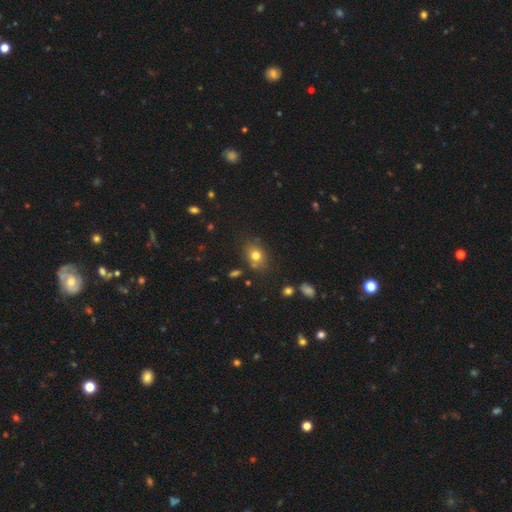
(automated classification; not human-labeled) smooth-or-featured: smooth: 77% | star or artifact: 12% | featured or disk: 10%
  how-rounded: in between: 57% | round: 41% | cigar-shaped: 1%
  merging: none: 76% | minor disturbance: 15% | merger: 5% | major disturbance: 4%